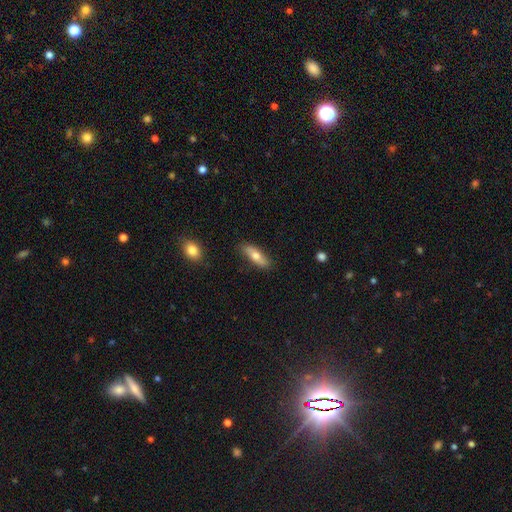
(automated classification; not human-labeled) This appears to be a smooth galaxy with no disk features (65%) that is in between round and cigar-shaped (53%). Merging: none (84%).